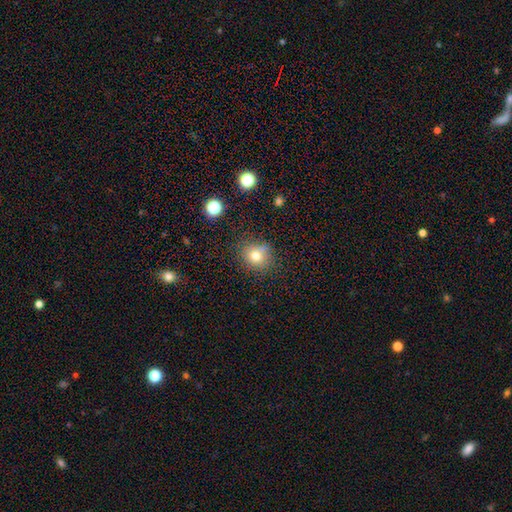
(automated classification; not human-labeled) Smooth or featured? smooth (75%)
How rounded? round (78%)
Merging? none (73%)